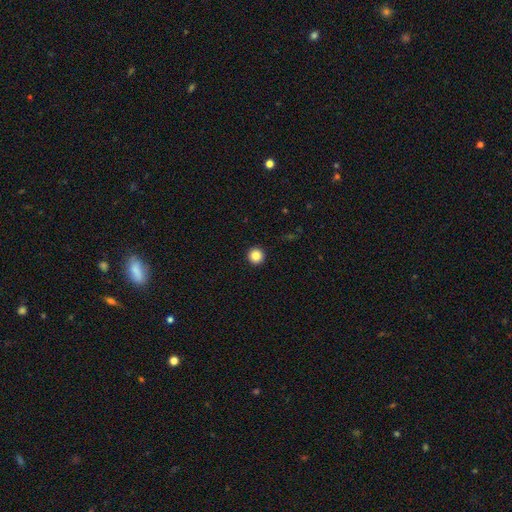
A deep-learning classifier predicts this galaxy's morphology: Q: Smooth or featured?
A: smooth (84%); runner-up: star or artifact (11%)
Q: How rounded?
A: round (96%); runner-up: in between (3%)
Q: Merging?
A: none (94%); runner-up: minor disturbance (4%)